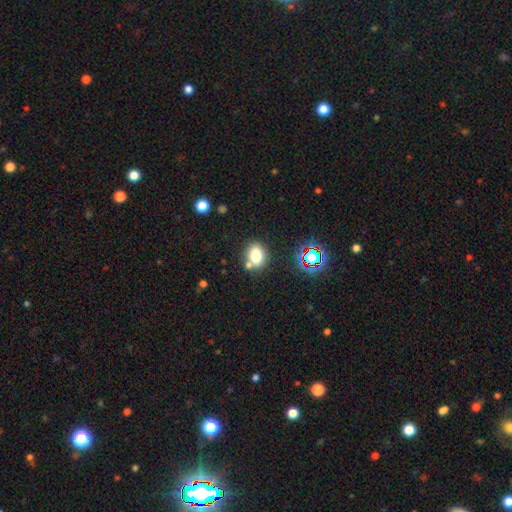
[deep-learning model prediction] A smooth galaxy with no disk features (76%) that is in between round and cigar-shaped (57%).

Vote fractions:
- Smooth or featured? smooth: 76% / star or artifact: 14% / featured or disk: 10%
- How rounded? in between: 57% / round: 42% / cigar-shaped: 1%
- Merging? none: 66% / merger: 17% / minor disturbance: 13% / major disturbance: 4%